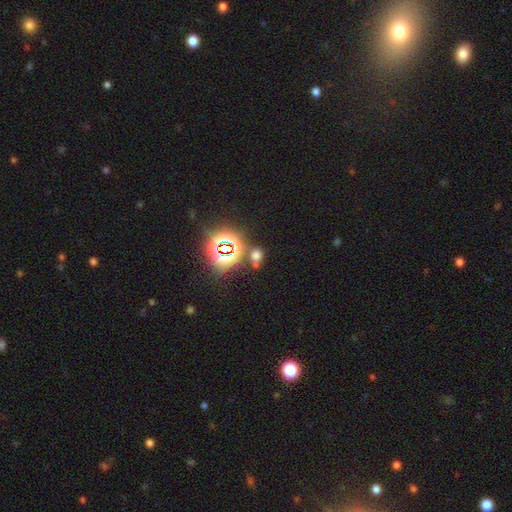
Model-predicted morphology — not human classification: This appears to be a smooth galaxy with no disk features (51%) that is round (60%). Merging: none (66%).